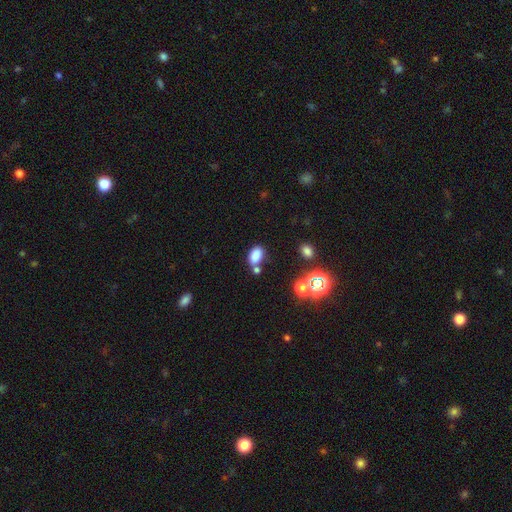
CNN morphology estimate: Q: Smooth or featured?
A: smooth (81%); runner-up: star or artifact (13%)
Q: How rounded?
A: in between (87%); runner-up: round (11%)
Q: Merging?
A: none (62%); runner-up: merger (18%)